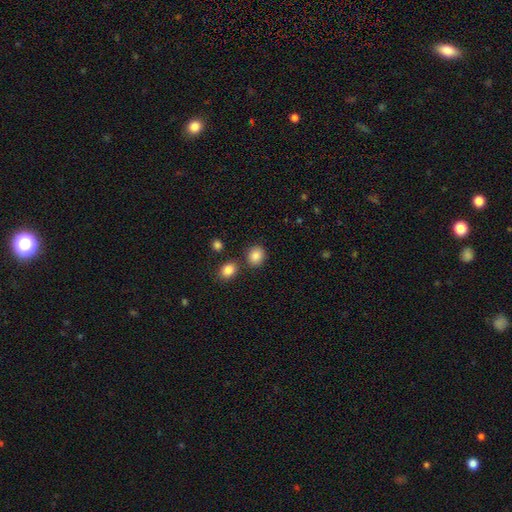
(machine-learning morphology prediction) A smooth galaxy with no disk features (86%) that is round (68%). Merging: none (79%).